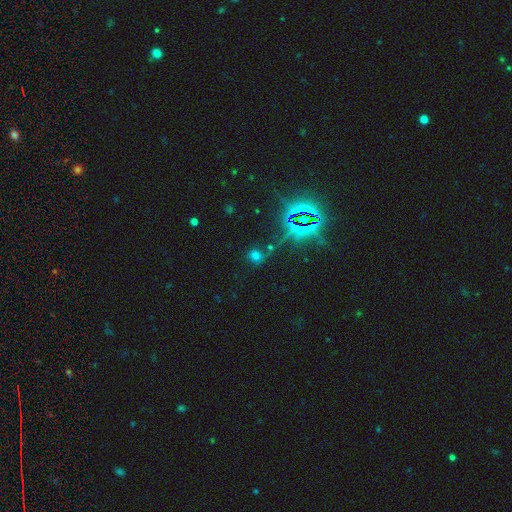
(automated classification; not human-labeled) smooth-or-featured: smooth: 46% | star or artifact: 45% | featured or disk: 9%
  merging: none: 69% | minor disturbance: 13% | merger: 11% | major disturbance: 8%